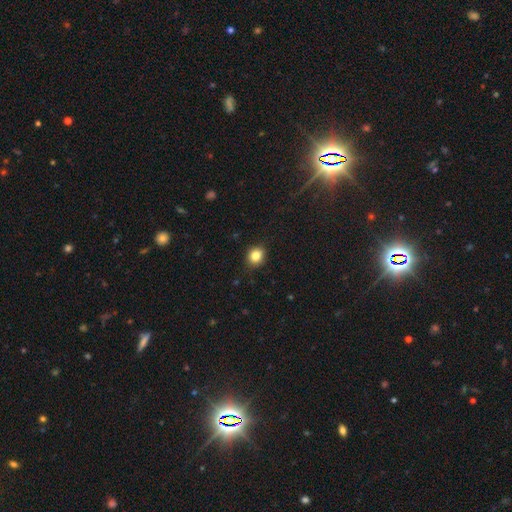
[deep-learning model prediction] smooth-or-featured: smooth: 84% | star or artifact: 10% | featured or disk: 6%
  how-rounded: round: 64% | in between: 35% | cigar-shaped: 1%
  merging: none: 87% | minor disturbance: 10% | major disturbance: 2% | merger: 1%